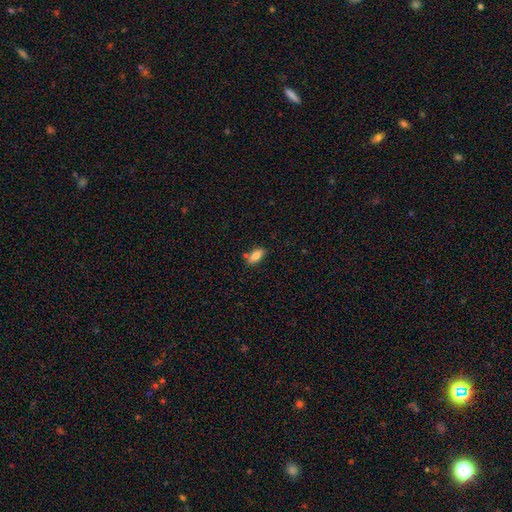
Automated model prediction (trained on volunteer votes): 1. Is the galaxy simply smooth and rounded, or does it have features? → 82% smooth, 10% featured or disk, 8% star or artifact.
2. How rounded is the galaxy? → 84% in between, 13% cigar-shaped, 3% round.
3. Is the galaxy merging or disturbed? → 74% none, 14% minor disturbance, 9% merger, 3% major disturbance.